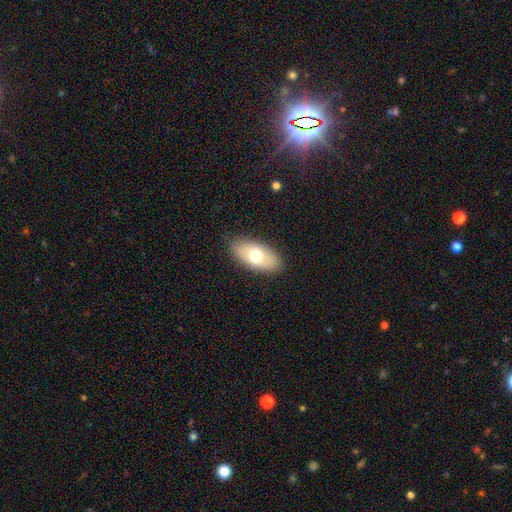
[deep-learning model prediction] This is likely a smooth galaxy (69%). How rounded: clearly in between (91%). Merging: clearly none (85%).